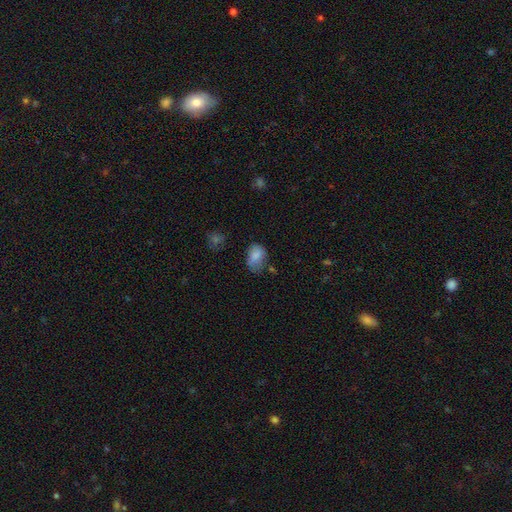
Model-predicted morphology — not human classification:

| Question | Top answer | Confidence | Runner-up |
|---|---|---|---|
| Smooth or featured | smooth | 79% | featured or disk (12%) |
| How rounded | in between | 82% | round (17%) |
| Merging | none | 46% | minor disturbance (34%) |